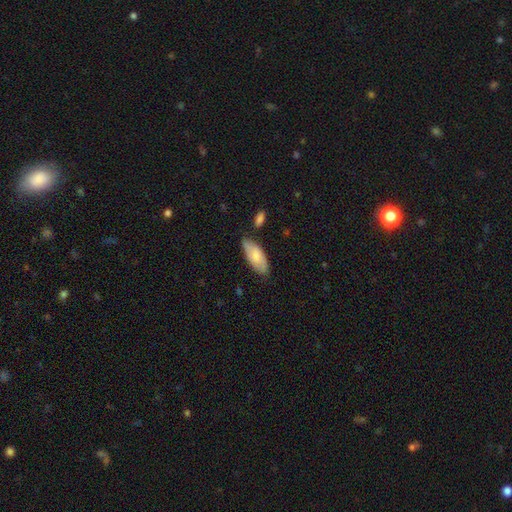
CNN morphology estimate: Smooth or featured? smooth (72%)
How rounded? in between (86%)
Merging? none (72%)